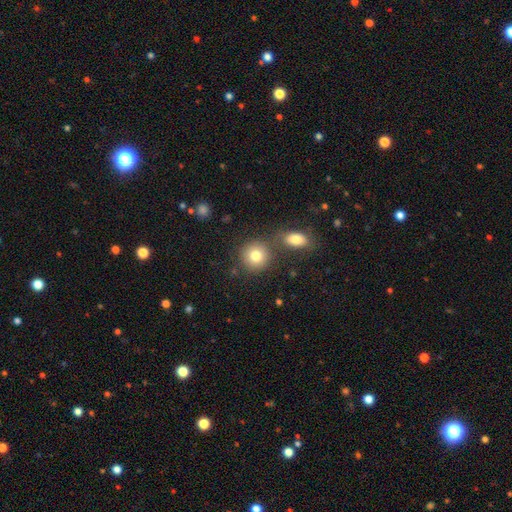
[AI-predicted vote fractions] Smooth or featured?
  - smooth: 81% *
  - star or artifact: 10%
  - featured or disk: 10%
How rounded?
  - round: 88% *
  - in between: 11%
  - cigar-shaped: 1%
Merging?
  - none: 69% *
  - merger: 19%
  - minor disturbance: 9%
  - major disturbance: 3%